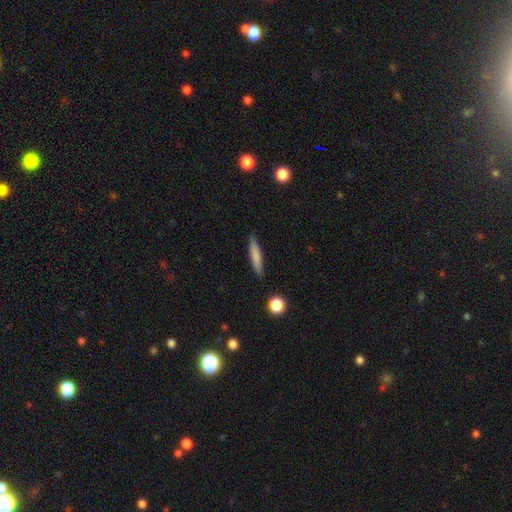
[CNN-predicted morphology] smooth 77%, featured or disk 16%, star or artifact 7%. Down the decision tree: how rounded — cigar-shaped (89%); merging — none (88%).